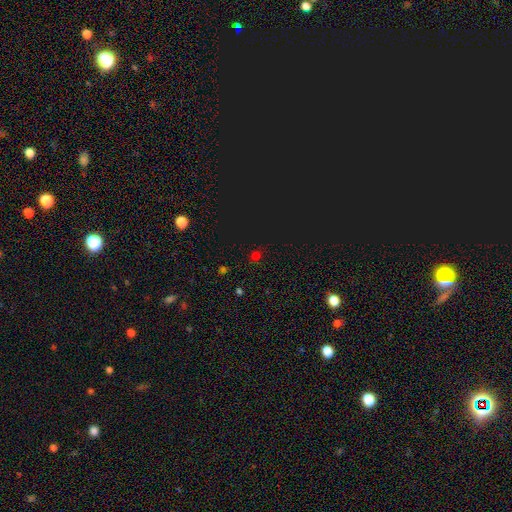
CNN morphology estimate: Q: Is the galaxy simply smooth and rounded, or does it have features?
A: smooth — 49%.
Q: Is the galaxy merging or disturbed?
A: none — 84%.